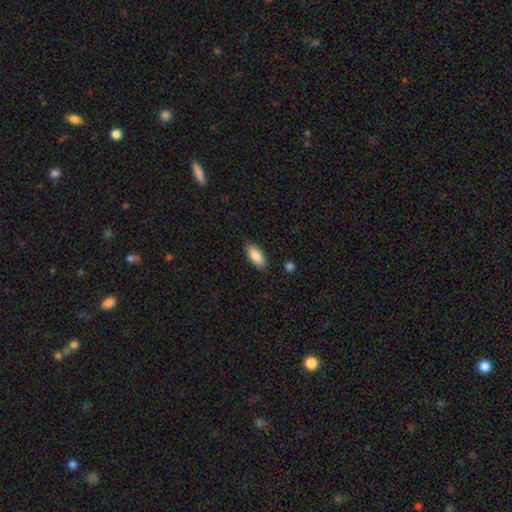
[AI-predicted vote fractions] smooth_or_featured: smooth (p=0.87) [alt: featured or disk p=0.07]
how_rounded: in between (p=0.87) [alt: cigar-shaped p=0.11]
merging: none (p=0.84) [alt: minor disturbance p=0.12]